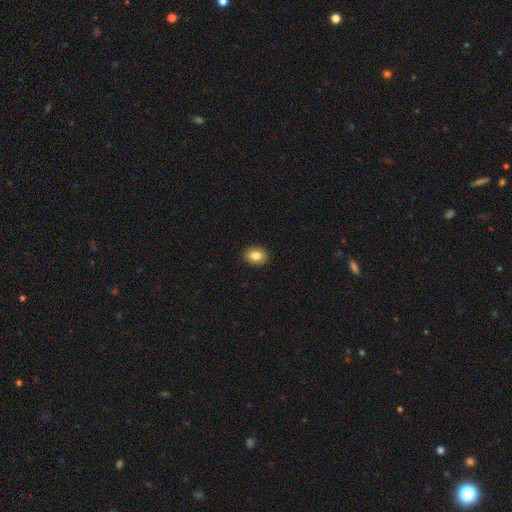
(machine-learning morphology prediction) type=smooth (83%); roundness=in between (70%); merging=none (91%).